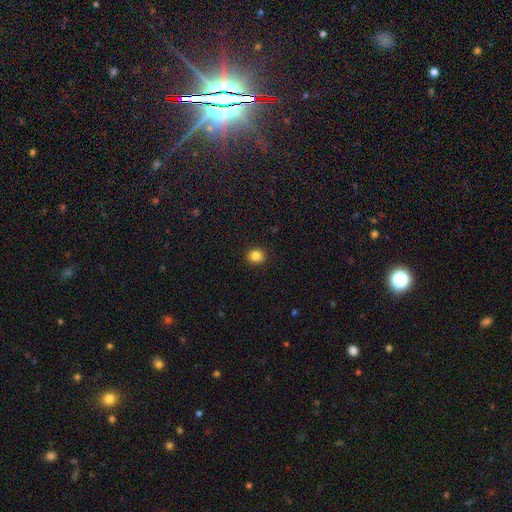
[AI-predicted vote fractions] Smooth or featured? Predicted: smooth (p=0.85). How rounded? Predicted: round (p=0.80). Merging? Predicted: none (p=0.91).